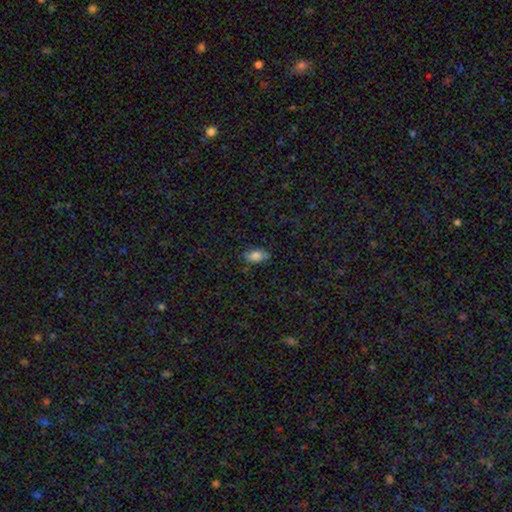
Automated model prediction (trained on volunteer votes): This is likely a smooth galaxy (80%). How rounded: clearly in between (90%). Merging: likely none (77%).